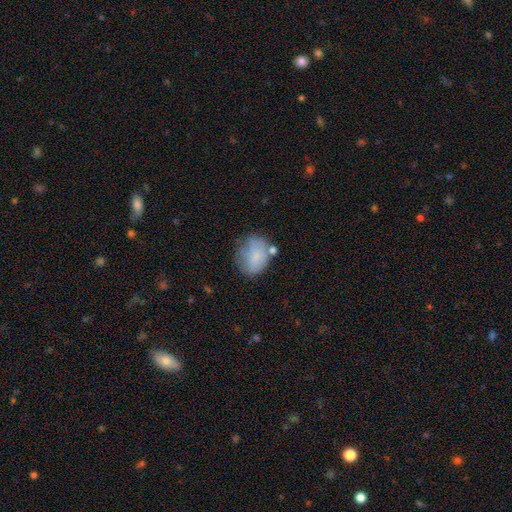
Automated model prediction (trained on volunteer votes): Smooth or featured: smooth — 69% (featured or disk — 22%)
How rounded: round — 52% (in between — 47%)
Merging: none — 49% (minor disturbance — 28%)